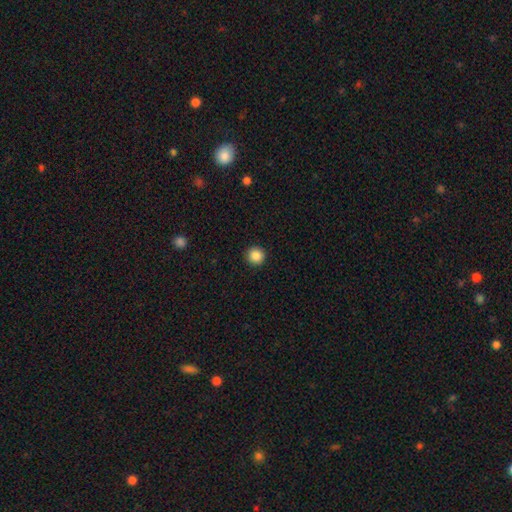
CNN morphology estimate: Smooth or featured? smooth (88%)
How rounded? round (95%)
Merging? none (93%)